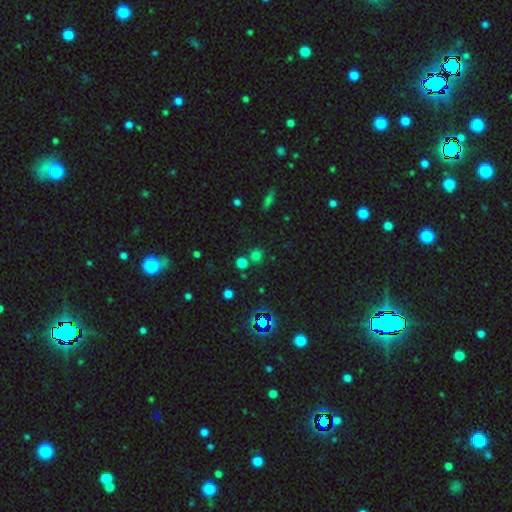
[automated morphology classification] Smooth or featured?
  - smooth: 65% *
  - star or artifact: 29%
  - featured or disk: 6%
How rounded?
  - round: 90% *
  - in between: 9%
  - cigar-shaped: 1%
Merging?
  - none: 70% *
  - merger: 19%
  - minor disturbance: 8%
  - major disturbance: 3%